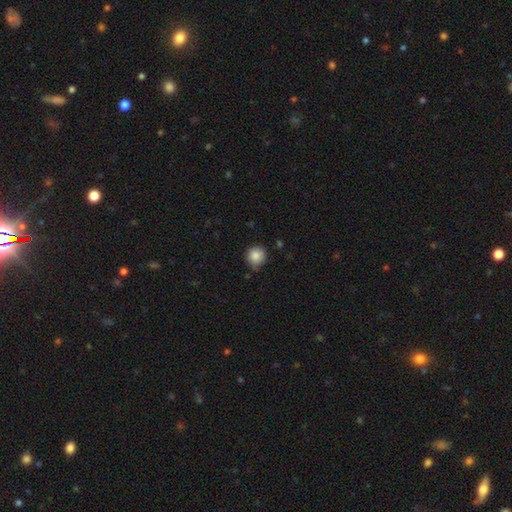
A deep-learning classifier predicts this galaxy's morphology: This appears to be a smooth galaxy with no disk features (86%) that is round (92%). Merging: none (78%).